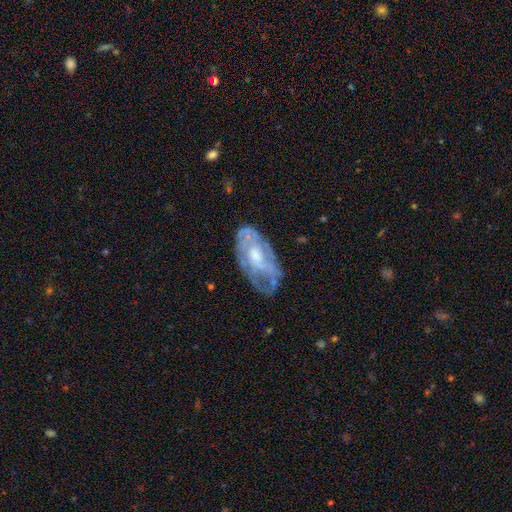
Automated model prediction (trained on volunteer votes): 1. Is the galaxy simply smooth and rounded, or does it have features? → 71% featured or disk, 23% smooth, 7% star or artifact.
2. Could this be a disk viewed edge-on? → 92% no, 8% yes.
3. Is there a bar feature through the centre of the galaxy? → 70% no, 25% weak, 5% strong.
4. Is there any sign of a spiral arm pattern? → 66% yes, 34% no.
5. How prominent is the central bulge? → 53% moderate, 26% small, 11% large, 8% none, 1% dominant.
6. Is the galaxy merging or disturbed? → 60% none, 25% minor disturbance, 13% major disturbance, 2% merger.